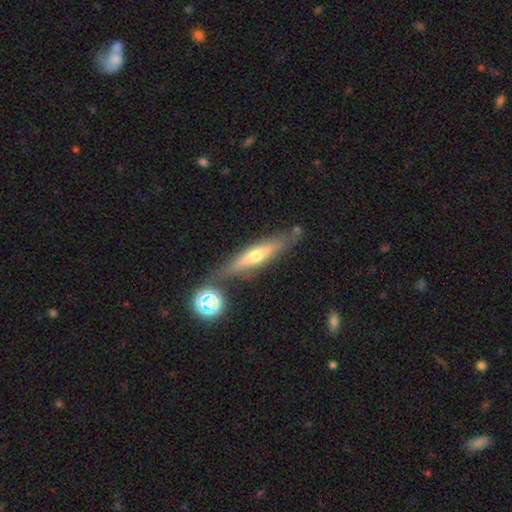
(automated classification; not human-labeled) Smooth or featured? featured or disk (57%)
Edge-on disk? yes (88%)
Edge-on bulge? rounded (82%)
Merging? none (76%)